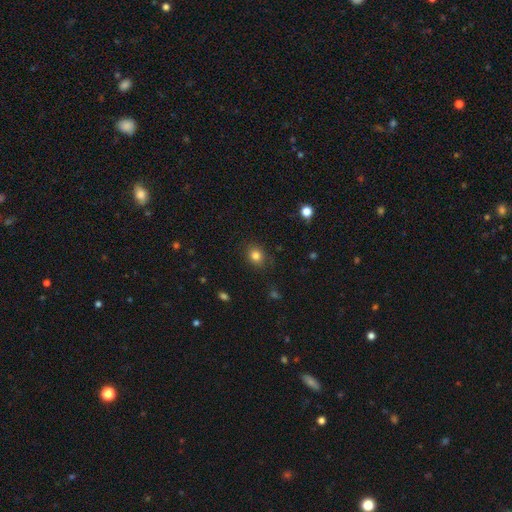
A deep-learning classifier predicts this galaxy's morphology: Smooth or featured: smooth — 83% (star or artifact — 12%)
How rounded: round — 66% (in between — 33%)
Merging: none — 84% (minor disturbance — 12%)